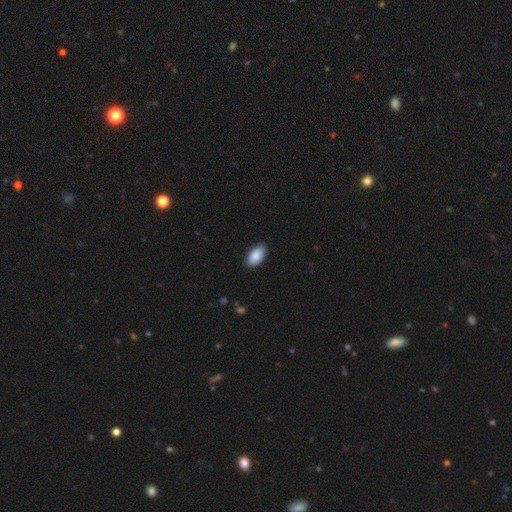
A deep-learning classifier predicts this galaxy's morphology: The model was most divided on "merging": none: 88%, minor disturbance: 9%, major disturbance: 2%, merger: 1%. More confident: how rounded — in between (95%); smooth or featured — smooth (90%).